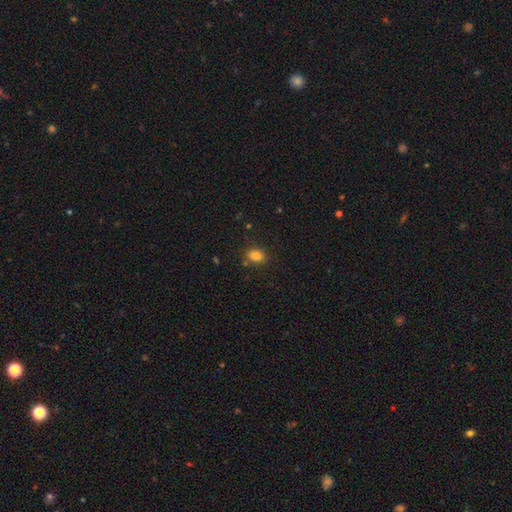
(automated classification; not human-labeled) Overall: smooth (83%). How rounded: in between (72%). Merging: none (81%).